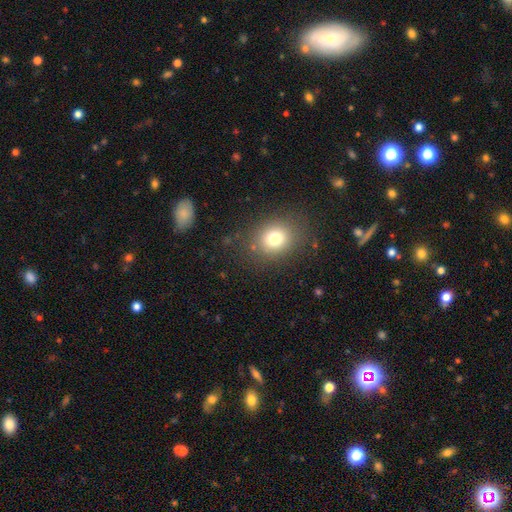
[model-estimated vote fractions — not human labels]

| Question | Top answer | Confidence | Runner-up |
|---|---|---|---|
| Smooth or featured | smooth | 64% | star or artifact (26%) |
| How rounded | round | 51% | in between (47%) |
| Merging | none | 84% | minor disturbance (10%) |